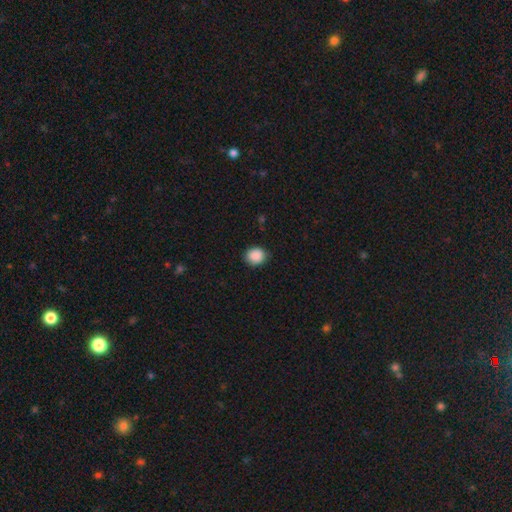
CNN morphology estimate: Smooth or featured?
  - smooth: 89% *
  - star or artifact: 8%
  - featured or disk: 3%
How rounded?
  - round: 71% *
  - in between: 28%
  - cigar-shaped: 1%
Merging?
  - none: 86% *
  - minor disturbance: 11%
  - major disturbance: 2%
  - merger: 1%